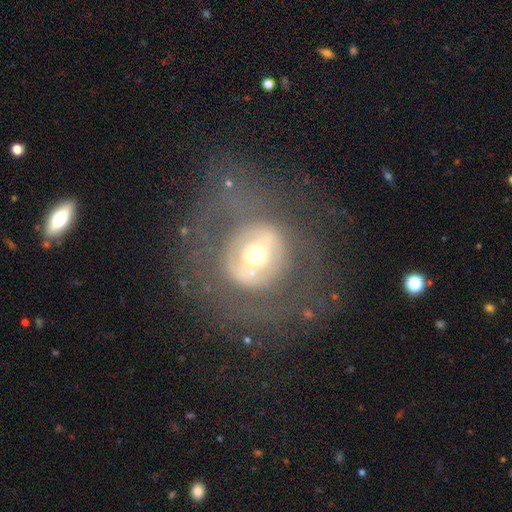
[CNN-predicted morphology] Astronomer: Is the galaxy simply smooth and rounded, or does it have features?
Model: featured or disk — 60%.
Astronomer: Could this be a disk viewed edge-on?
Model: no — 94%.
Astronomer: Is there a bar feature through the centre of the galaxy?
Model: no — 49% (runner-up: weak, 28%).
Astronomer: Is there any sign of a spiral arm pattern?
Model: no — 75%.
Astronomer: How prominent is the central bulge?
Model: moderate — 59%.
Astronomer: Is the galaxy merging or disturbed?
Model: none — 67%.